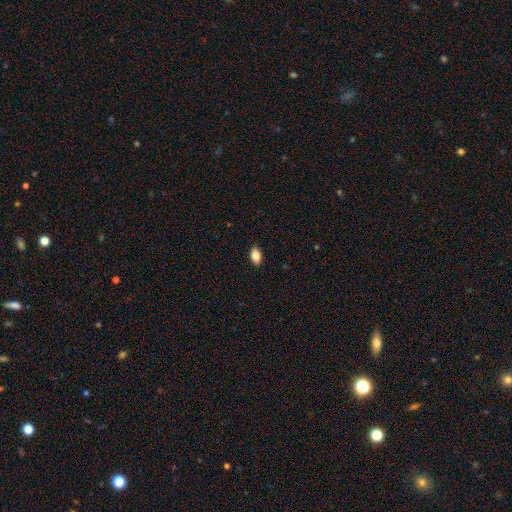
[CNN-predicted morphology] Smooth or featured: smooth — 81% (featured or disk — 10%)
How rounded: in between — 88% (round — 8%)
Merging: none — 89% (minor disturbance — 8%)